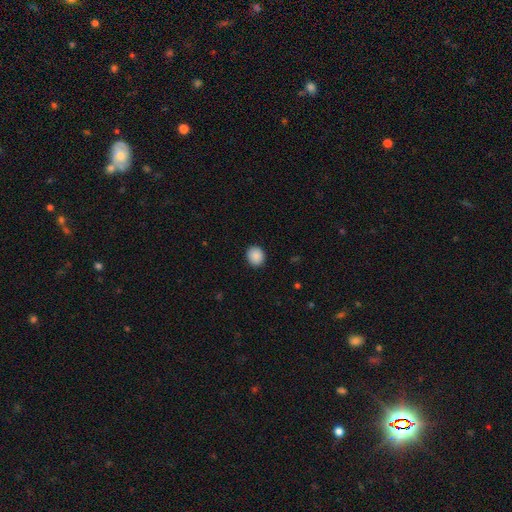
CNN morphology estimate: This is clearly a smooth galaxy (89%). How rounded: likely round (74%). Merging: clearly none (91%).